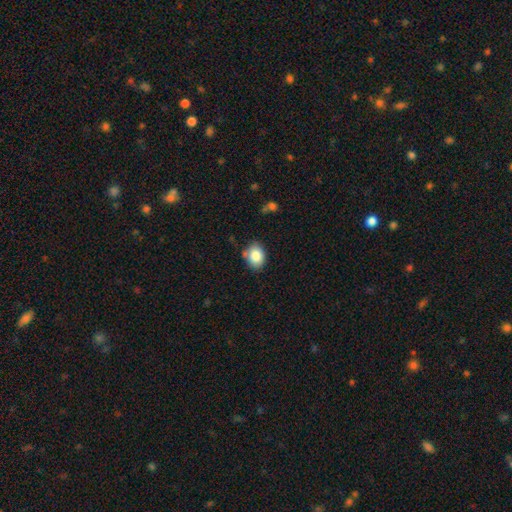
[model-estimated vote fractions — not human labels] smooth-or-featured: smooth: 83% | star or artifact: 8% | featured or disk: 8%
  how-rounded: in between: 61% | round: 38% | cigar-shaped: 1%
  merging: none: 76% | minor disturbance: 17% | merger: 4% | major disturbance: 3%